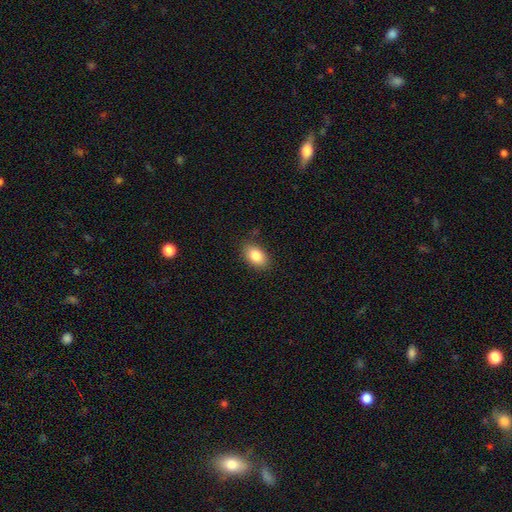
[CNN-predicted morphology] type=smooth (84%); roundness=in between (88%); merging=none (84%).